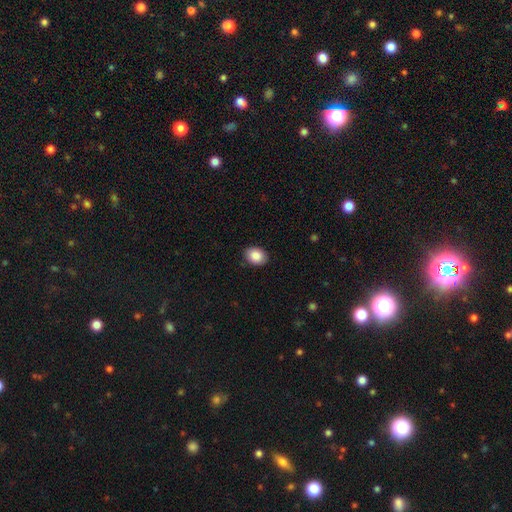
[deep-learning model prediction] smooth 88%, star or artifact 7%, featured or disk 5%. Down the decision tree: how rounded — in between (70%); merging — none (87%).